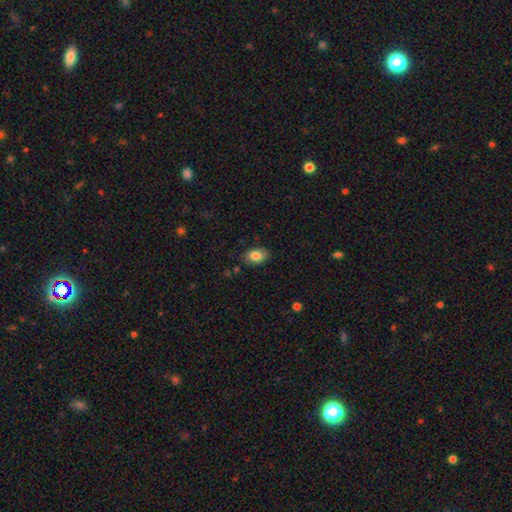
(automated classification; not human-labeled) A smooth galaxy with no disk features (84%) that is in between round and cigar-shaped (87%).

Vote fractions:
- Smooth or featured? smooth: 84% / featured or disk: 8% / star or artifact: 8%
- How rounded? in between: 87% / round: 12% / cigar-shaped: 1%
- Merging? none: 84% / minor disturbance: 12% / major disturbance: 3% / merger: 1%